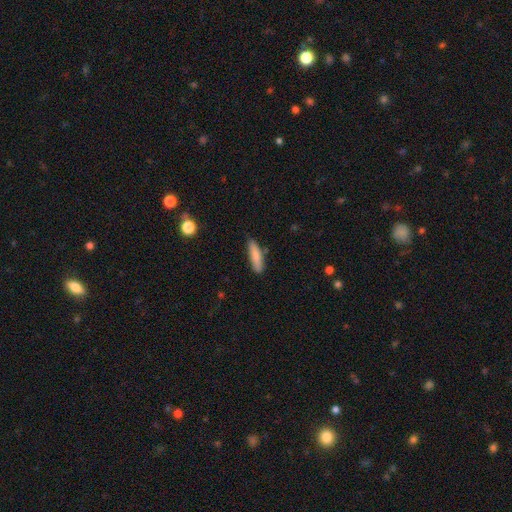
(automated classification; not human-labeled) Smooth or featured?
  - smooth: 82% *
  - featured or disk: 12%
  - star or artifact: 6%
How rounded?
  - cigar-shaped: 74% *
  - in between: 24%
  - round: 2%
Merging?
  - none: 81% *
  - minor disturbance: 14%
  - merger: 3%
  - major disturbance: 2%